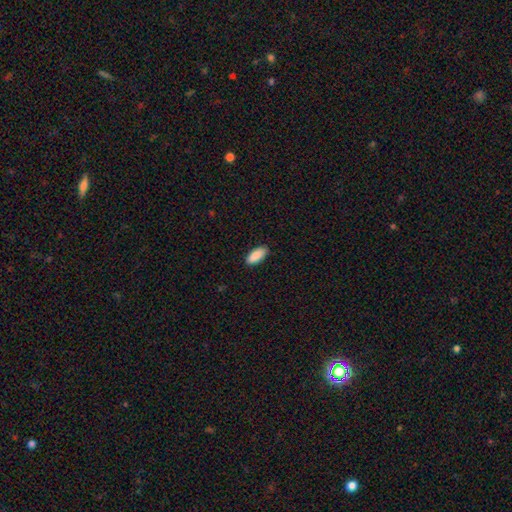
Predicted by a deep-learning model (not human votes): Morphology: type=smooth (91%); roundness=in between (87%); merging=none (87%).